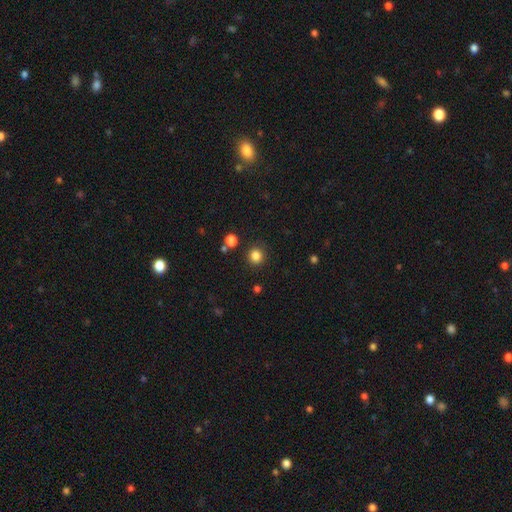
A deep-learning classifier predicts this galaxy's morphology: smooth_or_featured: smooth (p=0.84) [alt: star or artifact p=0.12]
how_rounded: round (p=0.92) [alt: in between p=0.07]
merging: none (p=0.88) [alt: minor disturbance p=0.07]